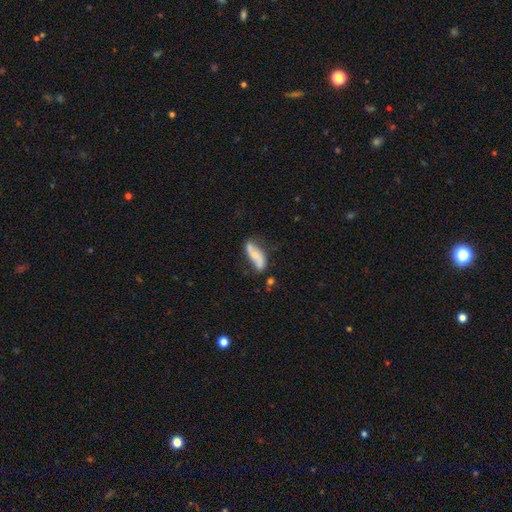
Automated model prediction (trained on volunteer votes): Smooth or featured? Predicted: featured or disk (p=0.57). Edge-on disk? Predicted: no (p=0.83). Merging? Predicted: none (p=0.61).